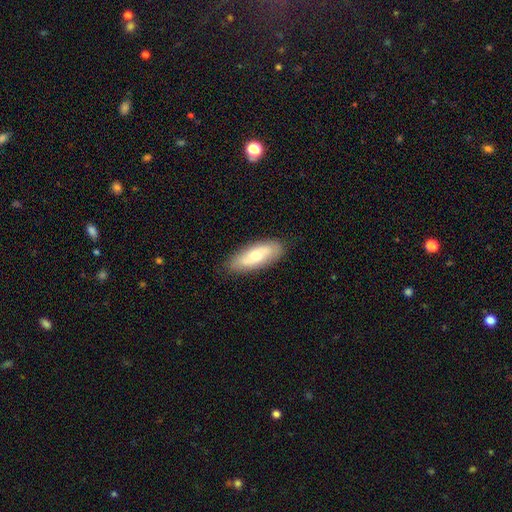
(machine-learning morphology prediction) Smooth or featured? smooth (57%)
How rounded? in between (76%)
Merging? none (86%)